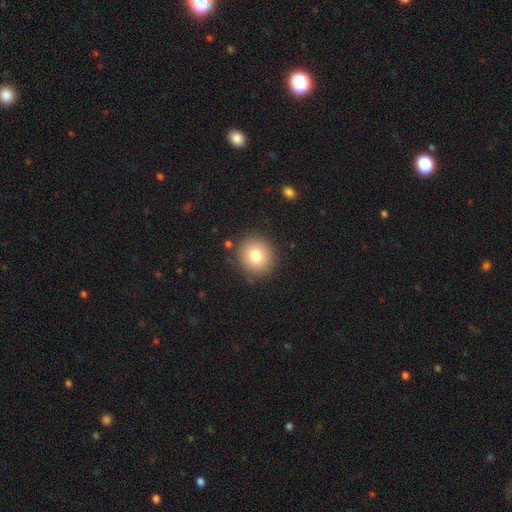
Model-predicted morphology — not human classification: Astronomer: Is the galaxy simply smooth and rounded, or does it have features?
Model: smooth — 78%.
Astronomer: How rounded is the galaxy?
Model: round — 89%.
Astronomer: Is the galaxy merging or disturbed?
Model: none — 87%.